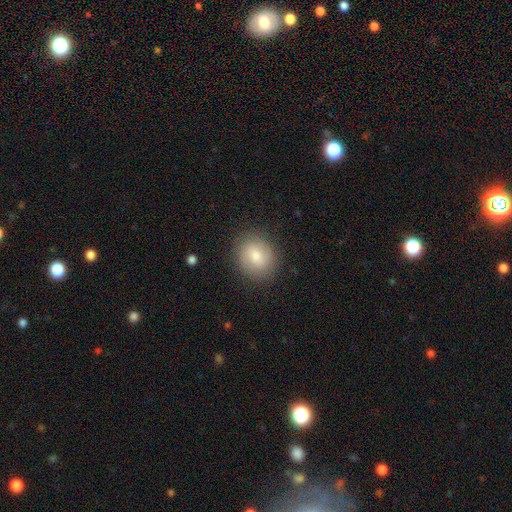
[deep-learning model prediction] A smooth galaxy with no disk features (78%) that is round (67%).

Vote fractions:
- Smooth or featured? smooth: 78% / featured or disk: 13% / star or artifact: 9%
- How rounded? round: 67% / in between: 32% / cigar-shaped: 1%
- Merging? none: 87% / minor disturbance: 9% / major disturbance: 3% / merger: 1%